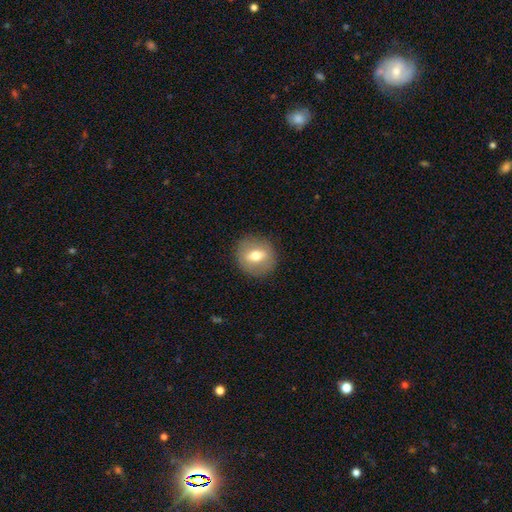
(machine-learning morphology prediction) A smooth galaxy with no disk features (60%) that is round (81%).

Vote fractions:
- Smooth or featured? smooth: 60% / featured or disk: 31% / star or artifact: 8%
- How rounded? round: 81% / in between: 17% / cigar-shaped: 1%
- Merging? none: 88% / minor disturbance: 8% / major disturbance: 3% / merger: 1%